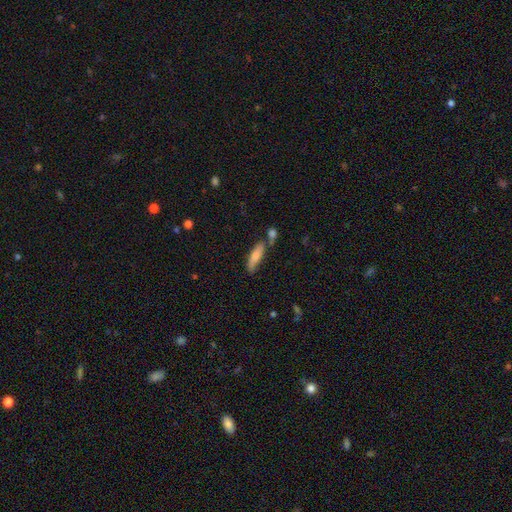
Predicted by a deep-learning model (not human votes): Morphology: type=smooth (74%); roundness=cigar-shaped (64%); merging=none (58%).